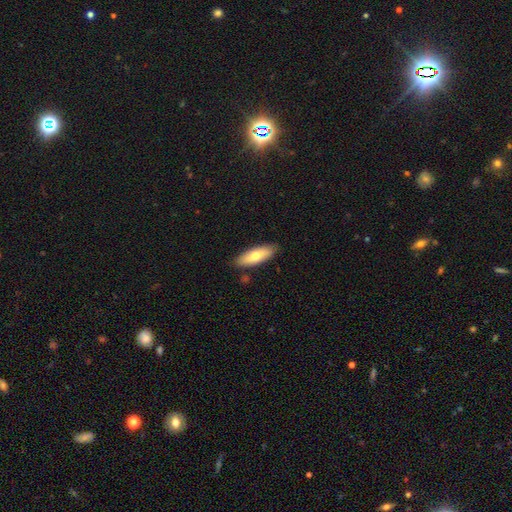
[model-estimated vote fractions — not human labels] smooth 69%, featured or disk 25%, star or artifact 6%. Down the decision tree: how rounded — in between (63%); merging — none (85%).